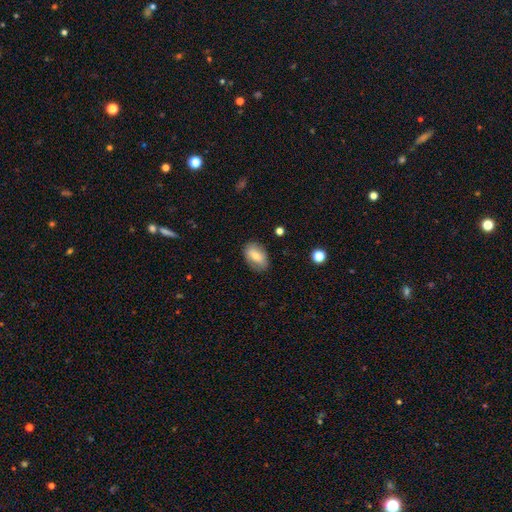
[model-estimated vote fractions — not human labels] Morphology: type=smooth (71%); roundness=in between (88%); merging=none (83%).